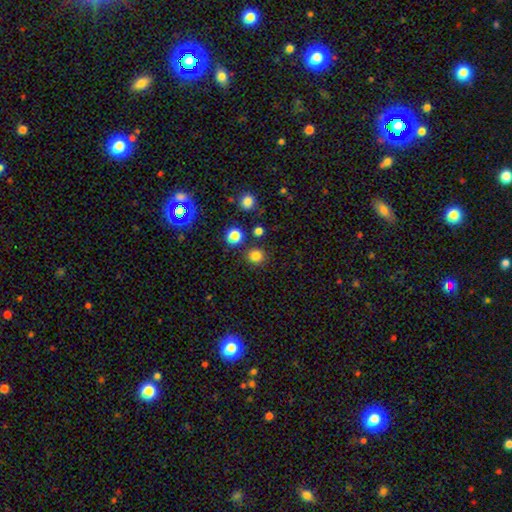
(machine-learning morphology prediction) A smooth galaxy with no disk features (81%) that is round (92%). Merging: none (87%).